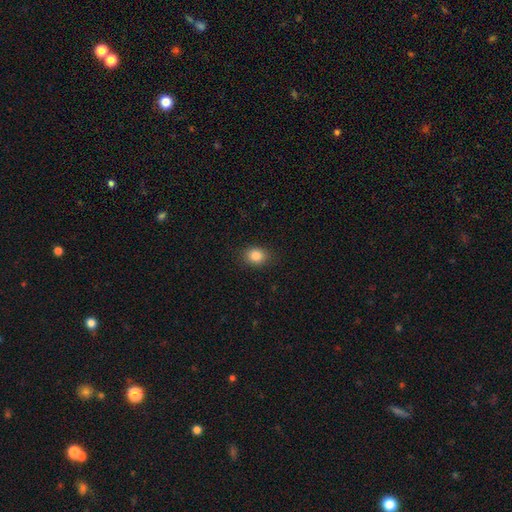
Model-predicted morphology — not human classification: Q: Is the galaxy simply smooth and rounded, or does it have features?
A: smooth — 84%.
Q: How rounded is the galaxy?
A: round — 52%.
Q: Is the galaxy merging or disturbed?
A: none — 87%.